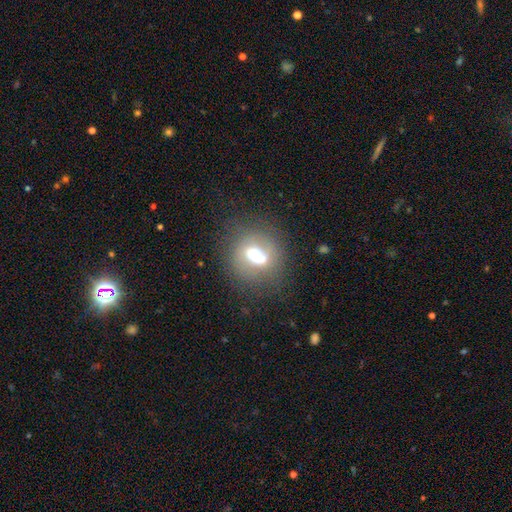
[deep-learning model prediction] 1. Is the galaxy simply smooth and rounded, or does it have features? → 47% smooth, 41% featured or disk, 12% star or artifact.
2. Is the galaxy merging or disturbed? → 64% none, 16% minor disturbance, 10% merger, 9% major disturbance.